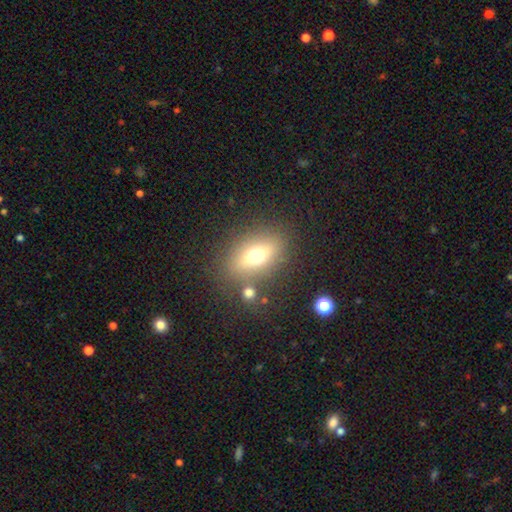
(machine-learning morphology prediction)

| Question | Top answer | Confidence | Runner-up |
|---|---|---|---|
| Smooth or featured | smooth | 61% | featured or disk (27%) |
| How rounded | in between | 73% | round (16%) |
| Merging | none | 78% | minor disturbance (11%) |